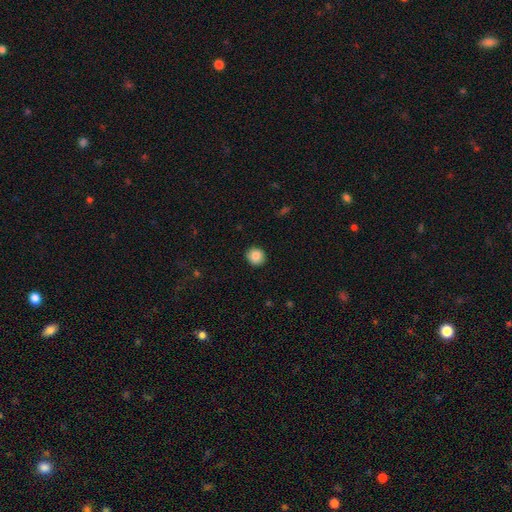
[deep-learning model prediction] This appears to be a smooth galaxy with no disk features (85%) that is round (89%). Merging: none (91%).